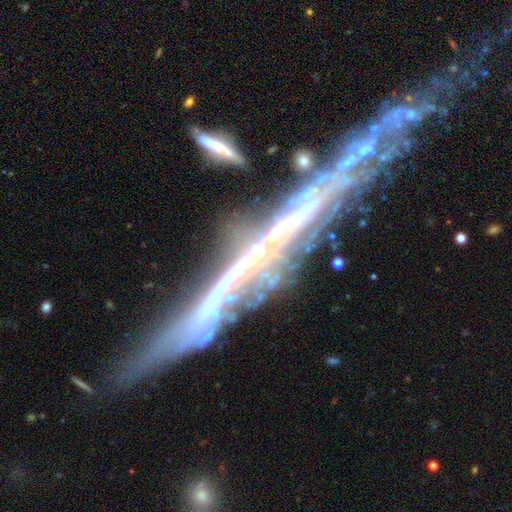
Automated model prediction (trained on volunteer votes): Smooth or featured: featured or disk — 78% (smooth — 11%)
Edge-on disk: yes — 82% (no — 18%)
Edge-on bulge: none — 76% (rounded — 15%)
Merging: none — 53% (minor disturbance — 22%)